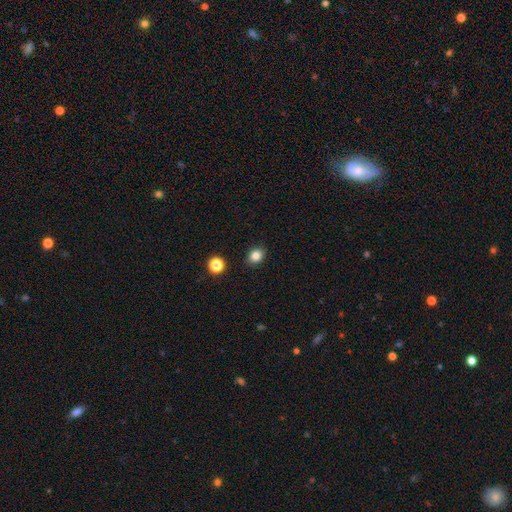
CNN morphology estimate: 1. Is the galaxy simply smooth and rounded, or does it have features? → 83% smooth, 11% star or artifact, 5% featured or disk.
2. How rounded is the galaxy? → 51% in between, 48% round, 1% cigar-shaped.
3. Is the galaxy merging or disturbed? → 88% none, 8% minor disturbance, 2% major disturbance, 2% merger.